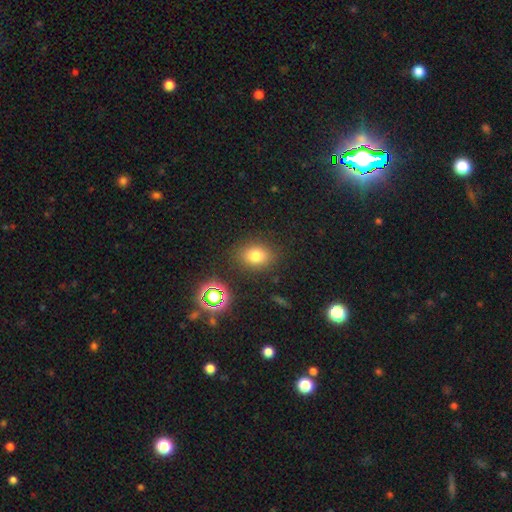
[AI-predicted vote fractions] A smooth galaxy with no disk features (76%) that is in between round and cigar-shaped (59%).

Vote fractions:
- Smooth or featured? smooth: 76% / star or artifact: 16% / featured or disk: 8%
- How rounded? in between: 59% / round: 40% / cigar-shaped: 1%
- Merging? none: 83% / minor disturbance: 10% / major disturbance: 4% / merger: 3%